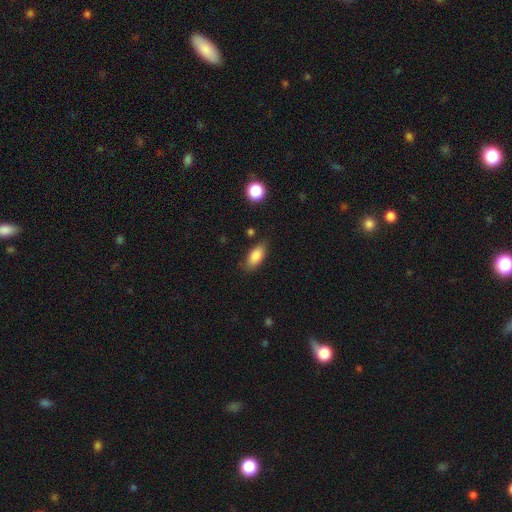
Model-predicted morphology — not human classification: Smooth or featured?
  - smooth: 84% *
  - featured or disk: 8%
  - star or artifact: 7%
How rounded?
  - in between: 87% *
  - cigar-shaped: 10%
  - round: 3%
Merging?
  - none: 78% *
  - minor disturbance: 16%
  - major disturbance: 4%
  - merger: 2%